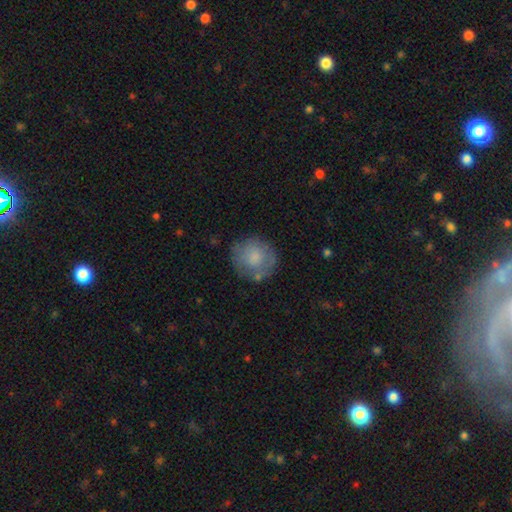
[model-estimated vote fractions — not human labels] A smooth galaxy with no disk features (71%) that is round (89%). Merging: none (74%).